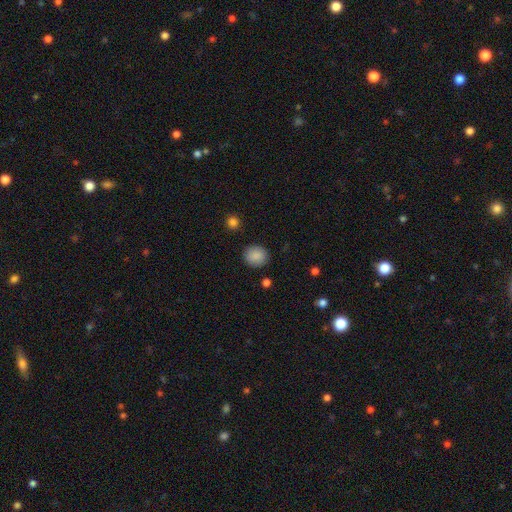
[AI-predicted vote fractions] Morphology: type=smooth (88%); roundness=round (84%); merging=none (89%).